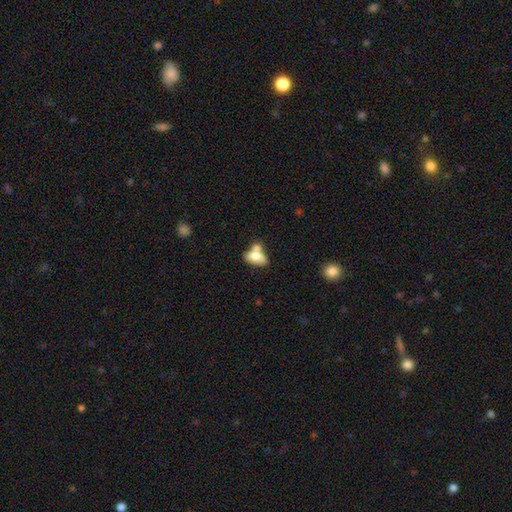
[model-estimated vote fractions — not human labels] smooth_or_featured: smooth (p=0.70) [alt: featured or disk p=0.22]
how_rounded: in between (p=0.88) [alt: round p=0.10]
merging: merger (p=0.48) [alt: none p=0.29]